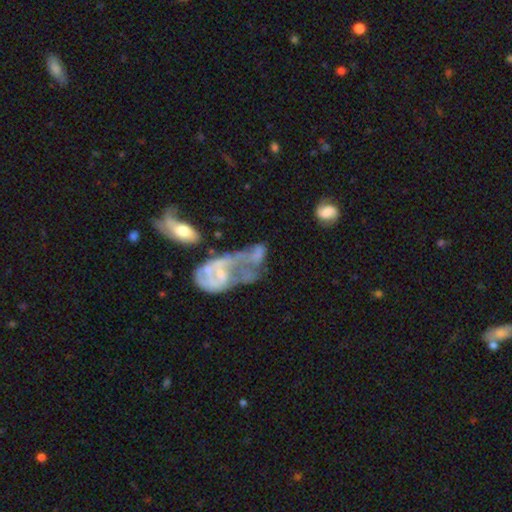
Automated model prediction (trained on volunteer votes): featured or disk 59%, smooth 30%, star or artifact 11%. Down the decision tree: edge-on disk — no (96%); bar — no (72%); spiral arms — no (58%); bulge size — none (35%); merging — merger (47%).